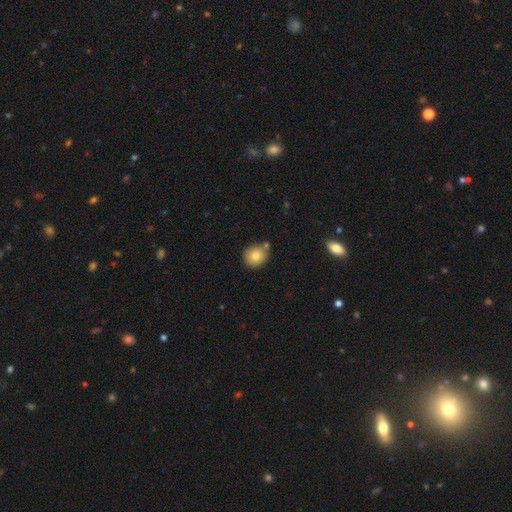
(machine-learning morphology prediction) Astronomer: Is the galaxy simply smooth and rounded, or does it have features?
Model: smooth — 80%.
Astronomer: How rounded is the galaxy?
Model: round — 85%.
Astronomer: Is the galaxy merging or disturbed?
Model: none — 72%.